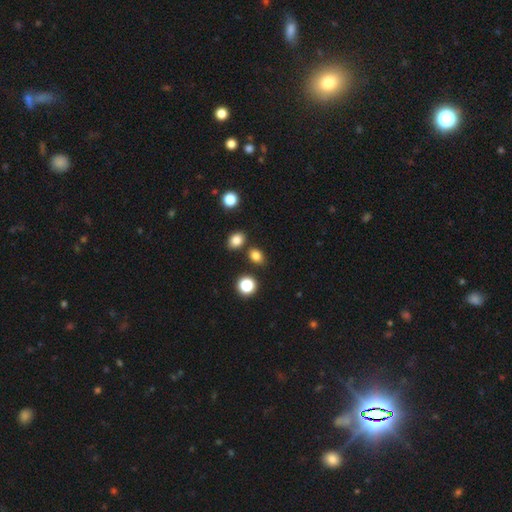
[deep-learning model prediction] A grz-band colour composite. It shows a smooth galaxy with no disk features (81%) that is in between round and cigar-shaped (60%). Merging: none (77%).